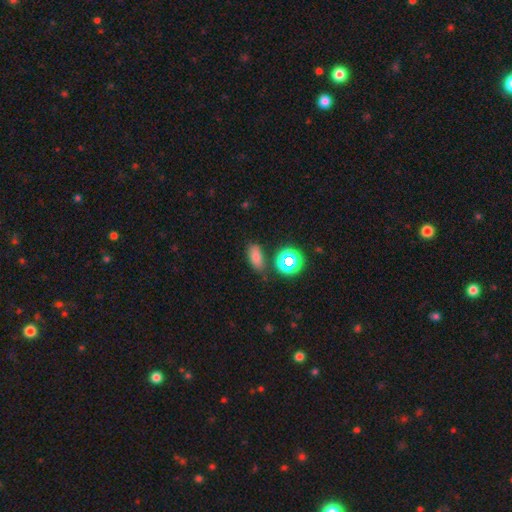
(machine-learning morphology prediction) This is likely a smooth galaxy (72%). How rounded: clearly in between (82%). Merging: likely none (74%).